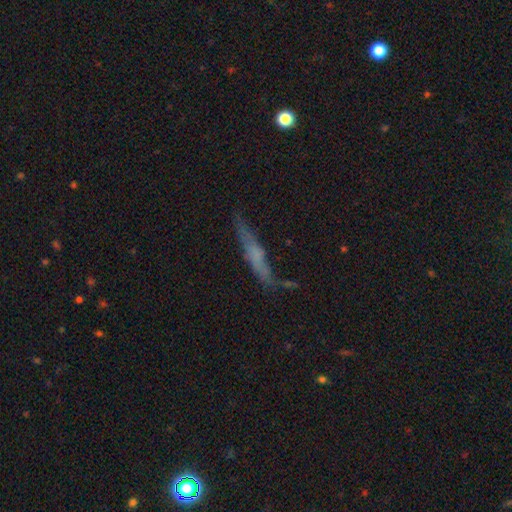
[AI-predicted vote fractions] A featured or disk galaxy (46%). Merging: none (62%).